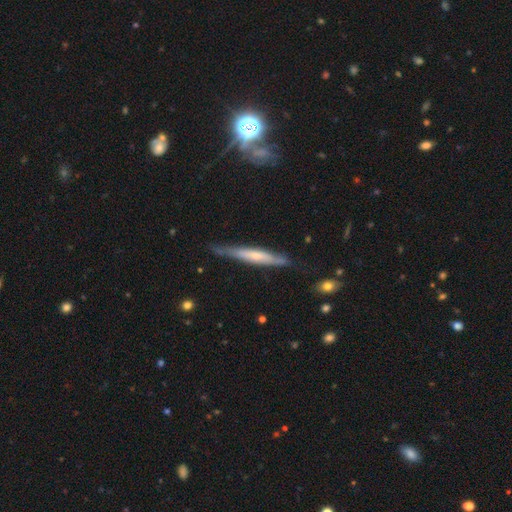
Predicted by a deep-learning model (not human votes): A featured or disk galaxy (57%) viewed edge-on (88%) with a rounded central bulge (51%).

Vote fractions:
- Smooth or featured? featured or disk: 57% / smooth: 37% / star or artifact: 6%
- Edge-on disk? yes: 88% / no: 12%
- Edge-on bulge? rounded: 51% / none: 39% / boxy: 10%
- Merging? none: 73% / minor disturbance: 21% / major disturbance: 4% / merger: 2%